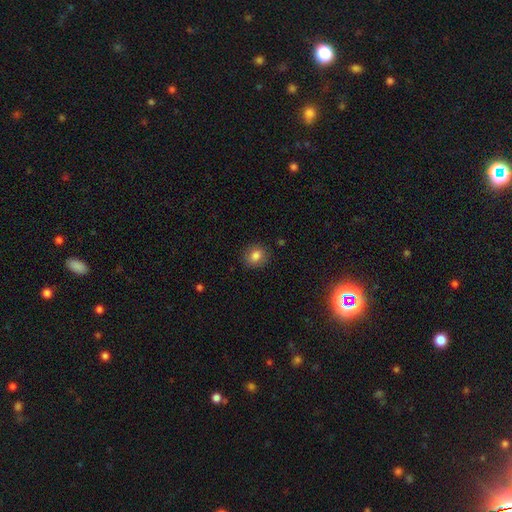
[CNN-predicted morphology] Smooth or featured: smooth — 83% (star or artifact — 10%)
How rounded: round — 70% (in between — 29%)
Merging: none — 88% (minor disturbance — 8%)